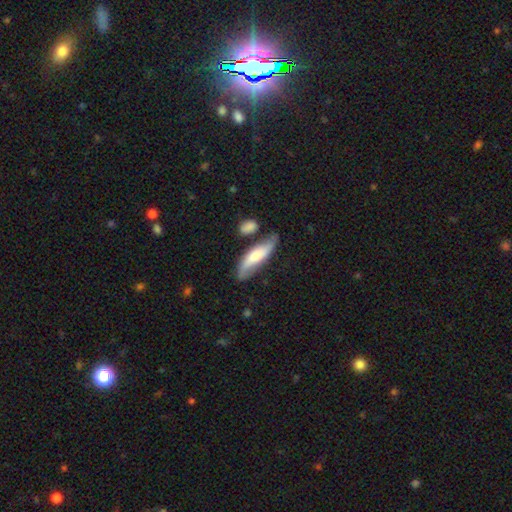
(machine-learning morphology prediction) A featured or disk galaxy (49%).

Vote fractions:
- Smooth or featured? featured or disk: 49% / smooth: 44% / star or artifact: 6%
- Merging? none: 64% / minor disturbance: 21% / merger: 9% / major disturbance: 6%